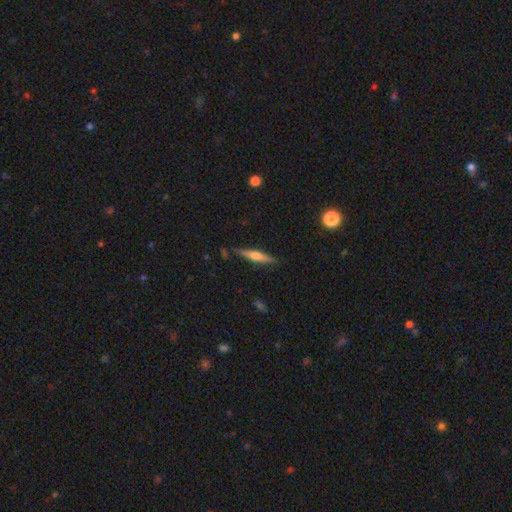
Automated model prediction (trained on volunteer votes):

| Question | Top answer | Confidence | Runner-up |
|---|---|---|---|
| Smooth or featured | featured or disk | 55% | smooth (38%) |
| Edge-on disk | yes | 96% | no (4%) |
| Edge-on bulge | rounded | 77% | boxy (12%) |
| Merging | none | 85% | minor disturbance (11%) |